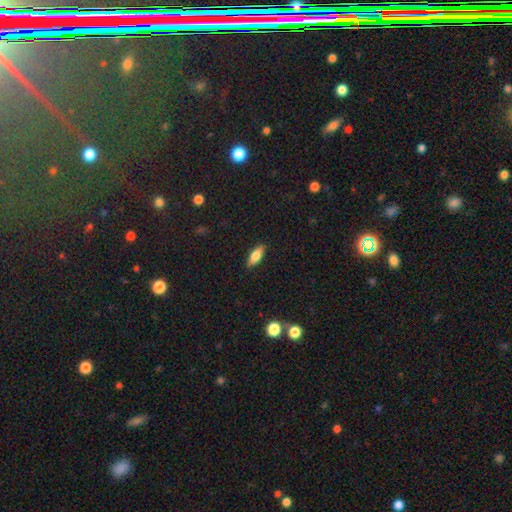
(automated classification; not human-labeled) Smooth or featured?
  - smooth: 71% *
  - featured or disk: 22%
  - star or artifact: 7%
How rounded?
  - in between: 70% *
  - cigar-shaped: 27%
  - round: 3%
Merging?
  - none: 88% *
  - minor disturbance: 9%
  - major disturbance: 2%
  - merger: 1%